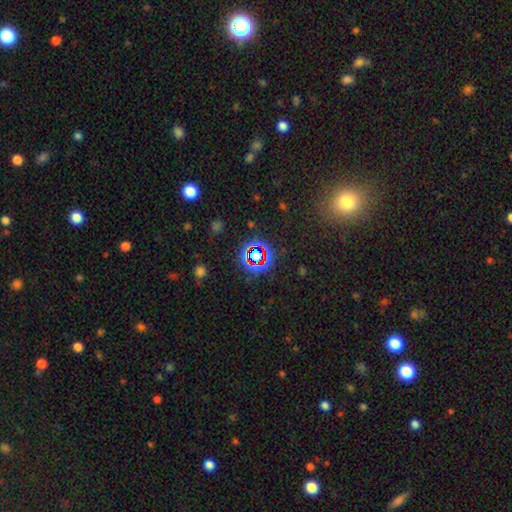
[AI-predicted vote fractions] Smooth or featured? star or artifact (71%)